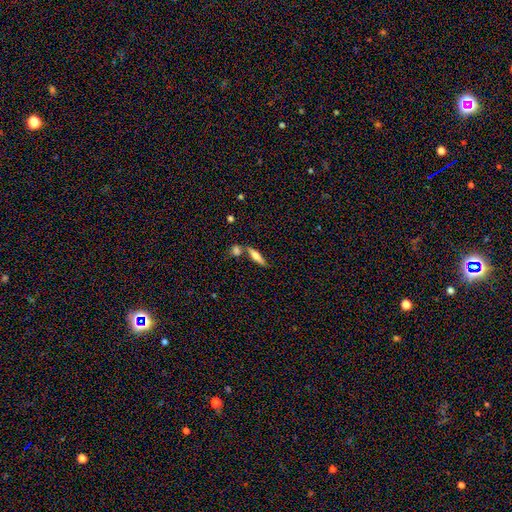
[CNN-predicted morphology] smooth 55%, featured or disk 38%, star or artifact 7%. Down the decision tree: how rounded — cigar-shaped (69%); merging — none (64%).